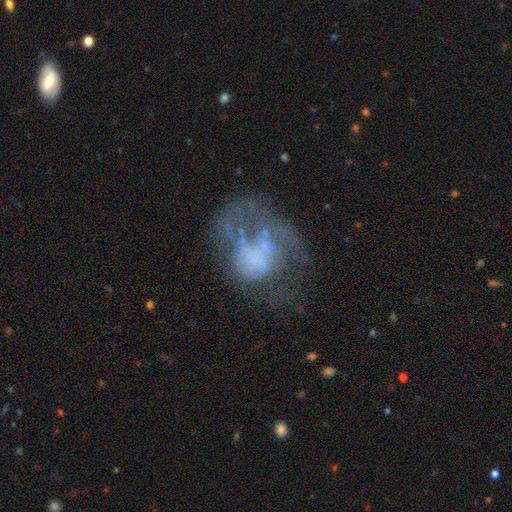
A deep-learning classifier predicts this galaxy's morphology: smooth-or-featured: featured or disk: 62% | smooth: 25% | star or artifact: 13%
  disk-edge-on: no: 98% | yes: 2%
    bar: no: 85% | weak: 11% | strong: 3%
    has-spiral-arms: no: 69% | yes: 31%
    bulge-size: none: 69% | small: 10% | moderate: 10% | large: 8% | dominant: 3%
  merging: major disturbance: 45% | none: 30% | minor disturbance: 16% | merger: 9%